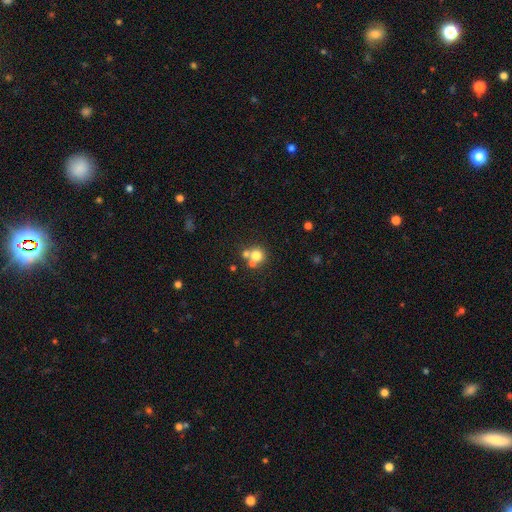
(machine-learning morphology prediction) This is likely a smooth galaxy (72%). How rounded: clearly round (90%). Merging: possibly none (51%).